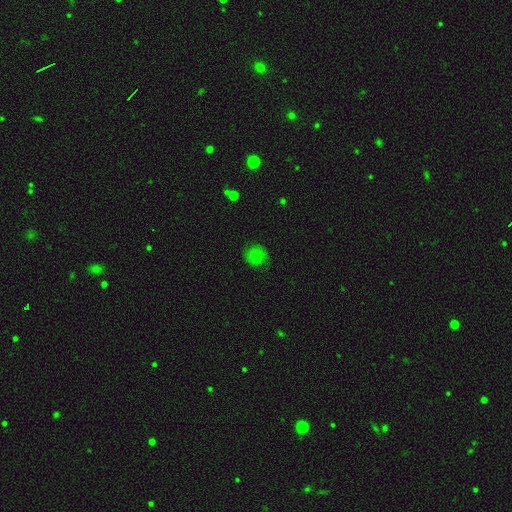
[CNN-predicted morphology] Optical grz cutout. It shows a smooth galaxy with no disk features (62%) that is round (88%). Merging: none (85%).